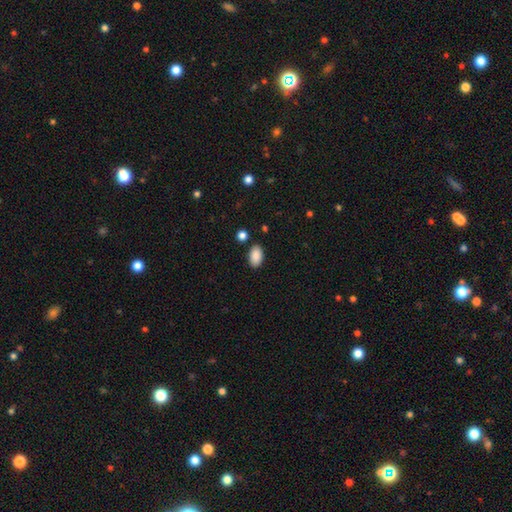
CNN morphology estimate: A smooth galaxy with no disk features (89%) that is in between round and cigar-shaped (92%).

Vote fractions:
- Smooth or featured? smooth: 89% / star or artifact: 7% / featured or disk: 3%
- How rounded? in between: 92% / round: 6% / cigar-shaped: 1%
- Merging? none: 85% / minor disturbance: 10% / merger: 3% / major disturbance: 2%